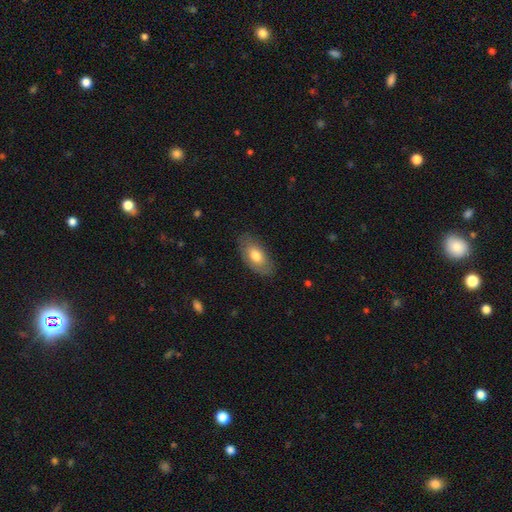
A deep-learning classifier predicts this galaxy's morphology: This appears to be a smooth galaxy with no disk features (73%) that is in between round and cigar-shaped (92%). Merging: none (81%).